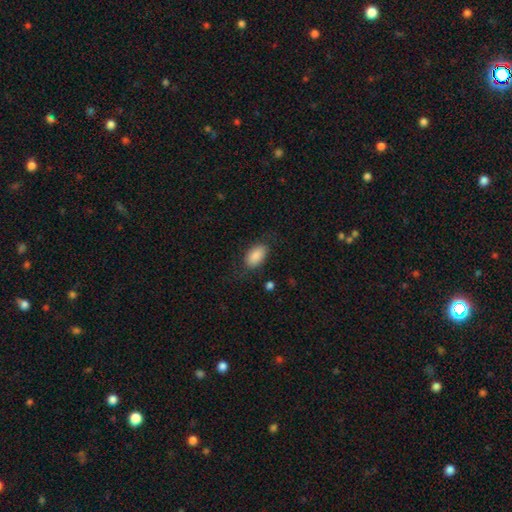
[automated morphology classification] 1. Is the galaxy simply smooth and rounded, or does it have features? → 88% smooth, 6% star or artifact, 6% featured or disk.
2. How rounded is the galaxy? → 93% in between, 5% round, 2% cigar-shaped.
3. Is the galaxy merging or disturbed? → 75% none, 16% minor disturbance, 7% major disturbance, 1% merger.